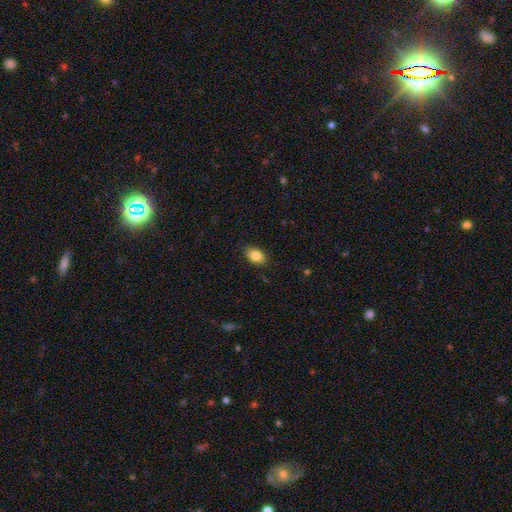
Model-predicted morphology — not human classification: Q: Smooth or featured?
A: smooth (85%); runner-up: star or artifact (8%)
Q: How rounded?
A: in between (84%); runner-up: round (15%)
Q: Merging?
A: none (87%); runner-up: minor disturbance (10%)